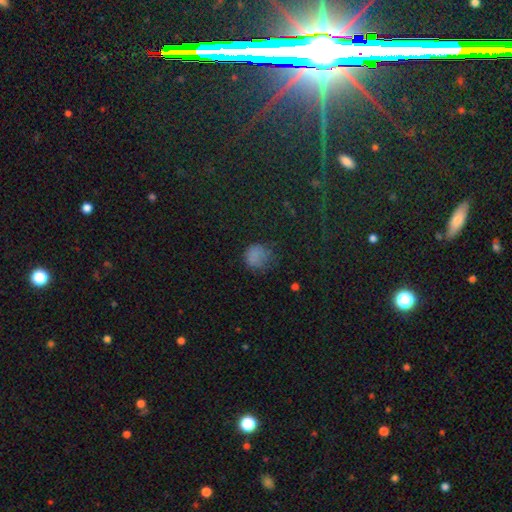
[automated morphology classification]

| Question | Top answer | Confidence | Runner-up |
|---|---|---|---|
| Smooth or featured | smooth | 70% | star or artifact (21%) |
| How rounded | round | 83% | in between (16%) |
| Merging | none | 59% | minor disturbance (25%) |